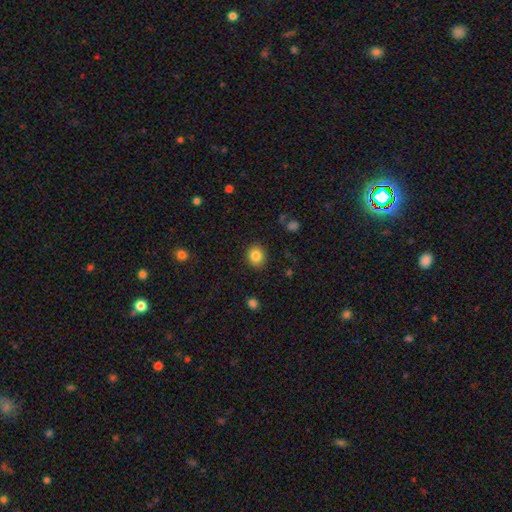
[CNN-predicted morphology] Q: Smooth or featured?
A: smooth (84%); runner-up: star or artifact (10%)
Q: How rounded?
A: round (73%); runner-up: in between (26%)
Q: Merging?
A: none (89%); runner-up: minor disturbance (8%)